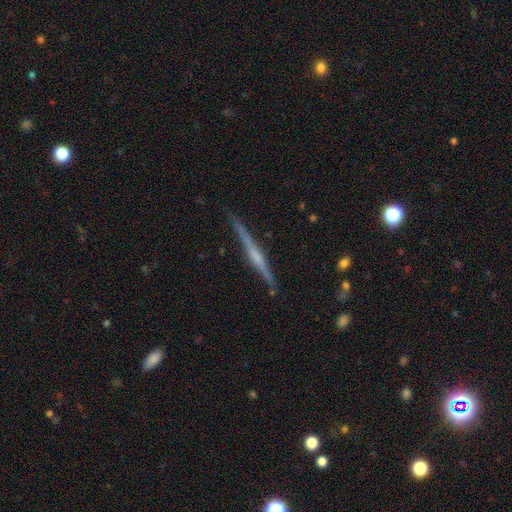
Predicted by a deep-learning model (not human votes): smooth_or_featured: featured or disk (p=0.80) [alt: smooth p=0.15]
disk_edge_on: yes (p=0.98) [alt: no p=0.02]
edge_on_bulge: rounded (p=0.62) [alt: none p=0.21]
merging: none (p=0.89) [alt: minor disturbance p=0.08]